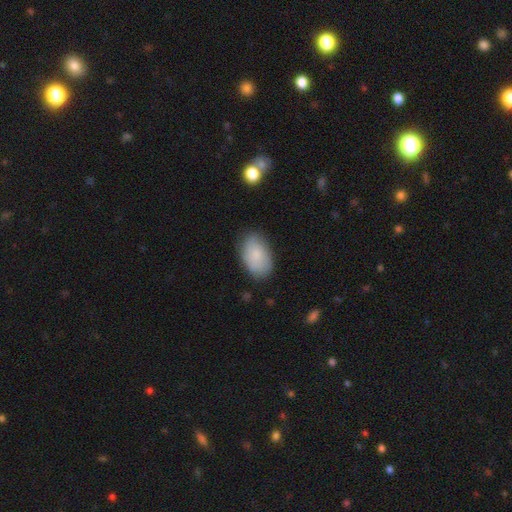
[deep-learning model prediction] Smooth or featured?
  - smooth: 81% *
  - featured or disk: 13%
  - star or artifact: 7%
How rounded?
  - in between: 93% *
  - round: 6%
  - cigar-shaped: 1%
Merging?
  - none: 80% *
  - minor disturbance: 16%
  - major disturbance: 3%
  - merger: 1%